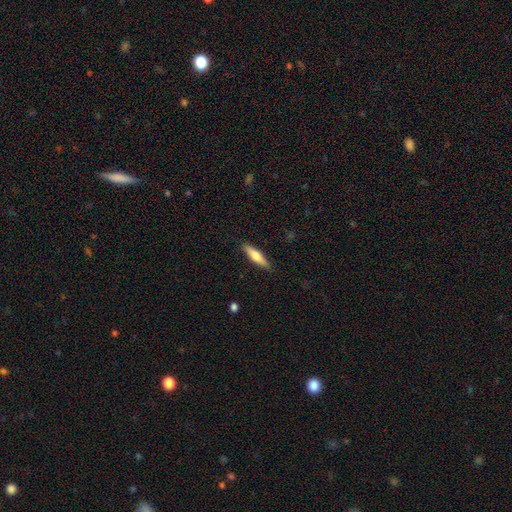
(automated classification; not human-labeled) Morphology: type=smooth (62%); roundness=cigar-shaped (72%); merging=none (88%).